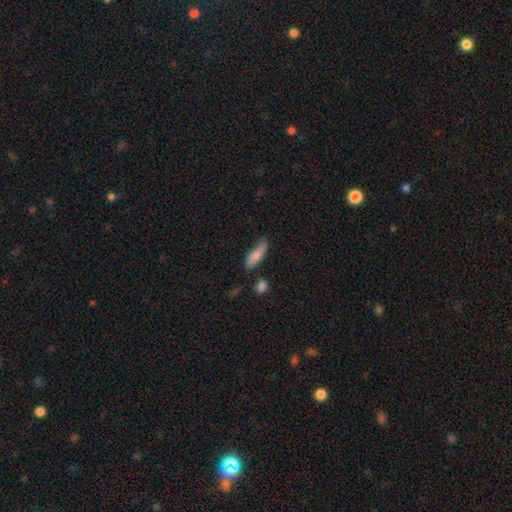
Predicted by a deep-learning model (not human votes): Smooth or featured: smooth — 80% (featured or disk — 14%)
How rounded: in between — 55% (cigar-shaped — 43%)
Merging: none — 56% (minor disturbance — 29%)